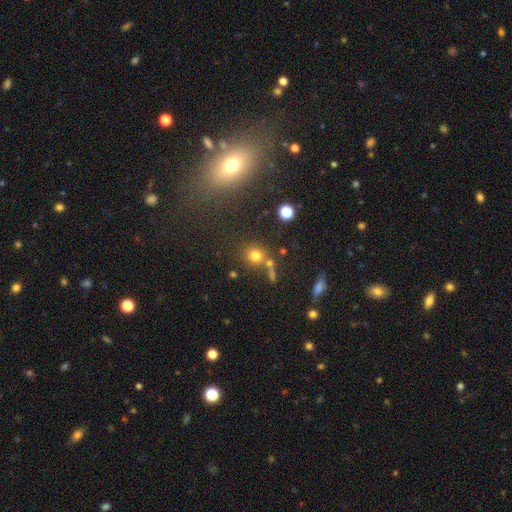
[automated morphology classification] This is likely a smooth galaxy (73%). How rounded: clearly round (86%). Merging: likely none (67%).